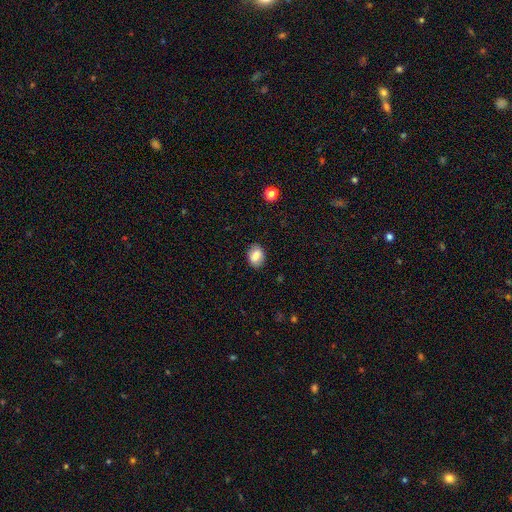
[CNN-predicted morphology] Q: Smooth or featured?
A: smooth (83%); runner-up: featured or disk (9%)
Q: How rounded?
A: in between (72%); runner-up: round (27%)
Q: Merging?
A: none (87%); runner-up: minor disturbance (10%)